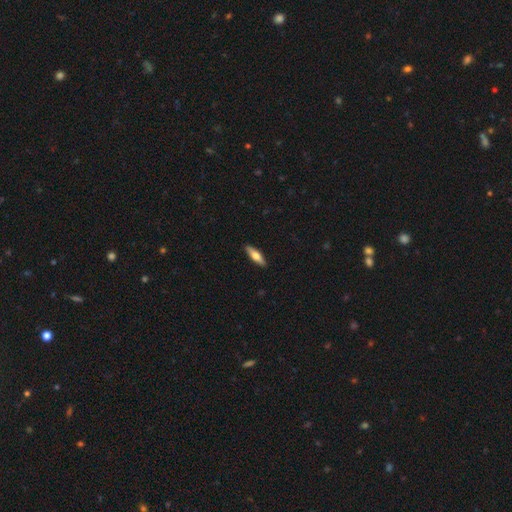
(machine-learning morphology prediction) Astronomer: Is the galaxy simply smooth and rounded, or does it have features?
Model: smooth — 64%.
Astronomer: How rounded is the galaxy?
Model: cigar-shaped — 58% (runner-up: in between, 40%).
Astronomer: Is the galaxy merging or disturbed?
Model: none — 90%.